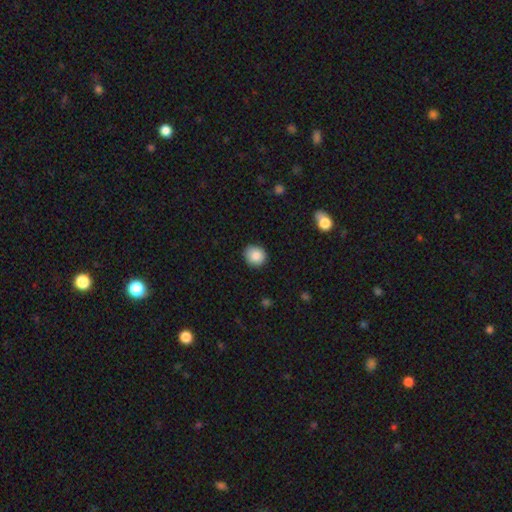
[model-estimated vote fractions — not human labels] smooth 88%, star or artifact 8%, featured or disk 4%. Down the decision tree: how rounded — round (82%); merging — none (88%).